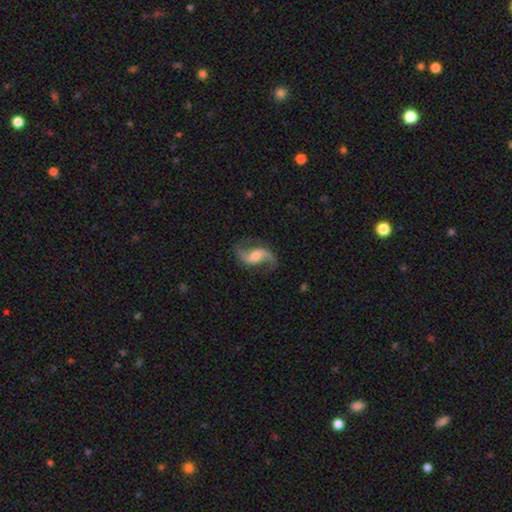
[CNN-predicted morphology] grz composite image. It shows a featured or disk galaxy (87%) with a weak bar (45%), 2 (93%) loose (68%) spiral arms (96%) and a moderate central bulge (46%). Merging: none (76%).